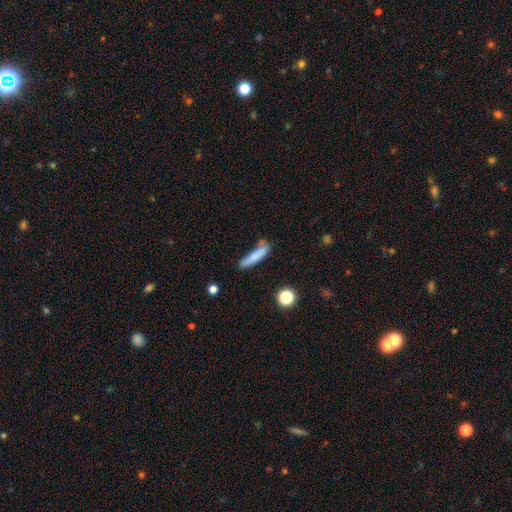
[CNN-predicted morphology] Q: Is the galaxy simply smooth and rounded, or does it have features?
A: smooth — 77%.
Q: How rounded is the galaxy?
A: cigar-shaped — 82%.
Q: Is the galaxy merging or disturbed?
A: none — 55%.